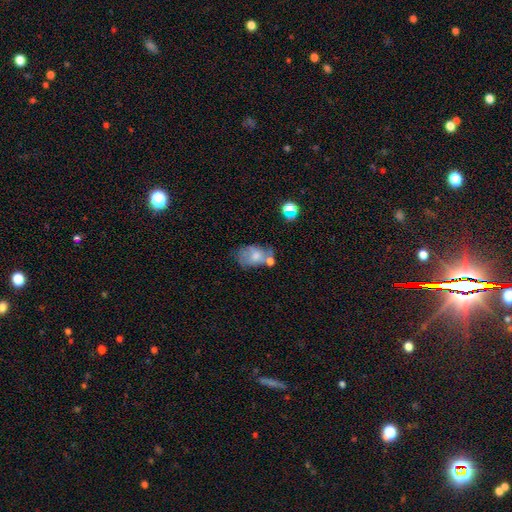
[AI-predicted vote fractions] smooth 60%, featured or disk 30%, star or artifact 10%. Down the decision tree: how rounded — in between (79%); merging — none (31%).